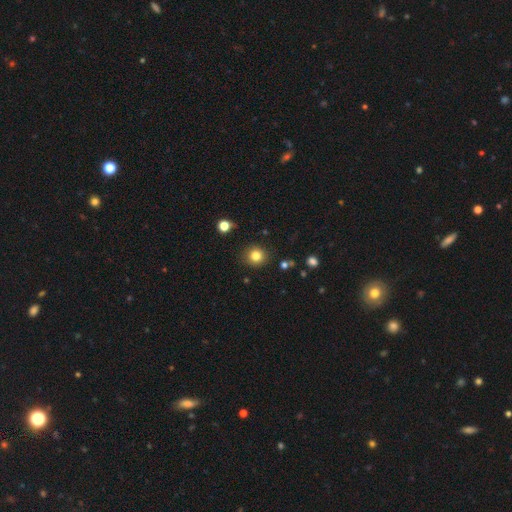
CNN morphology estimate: smooth-or-featured: smooth: 81% | star or artifact: 13% | featured or disk: 6%
  how-rounded: round: 91% | in between: 8% | cigar-shaped: 1%
  merging: none: 88% | minor disturbance: 8% | major disturbance: 2% | merger: 2%